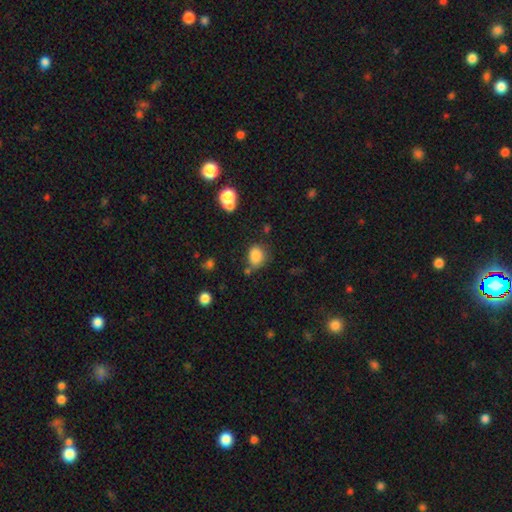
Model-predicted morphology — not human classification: smooth-or-featured: smooth: 84% | star or artifact: 11% | featured or disk: 5%
  how-rounded: in between: 59% | round: 40% | cigar-shaped: 1%
  merging: none: 64% | minor disturbance: 21% | merger: 9% | major disturbance: 6%